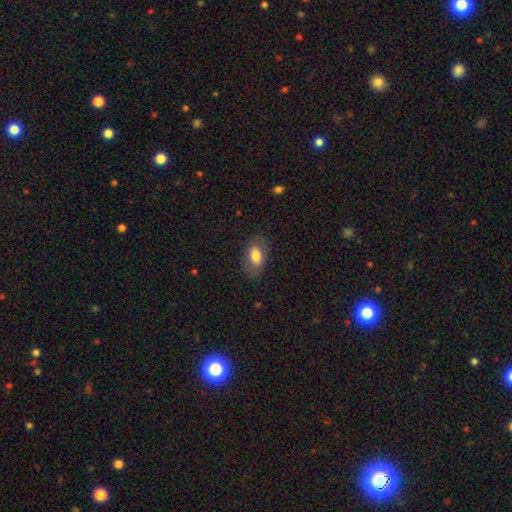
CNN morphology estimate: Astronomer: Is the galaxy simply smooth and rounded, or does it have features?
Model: smooth — 77%.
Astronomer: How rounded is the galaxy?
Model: in between — 90%.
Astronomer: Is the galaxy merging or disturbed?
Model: none — 79%.